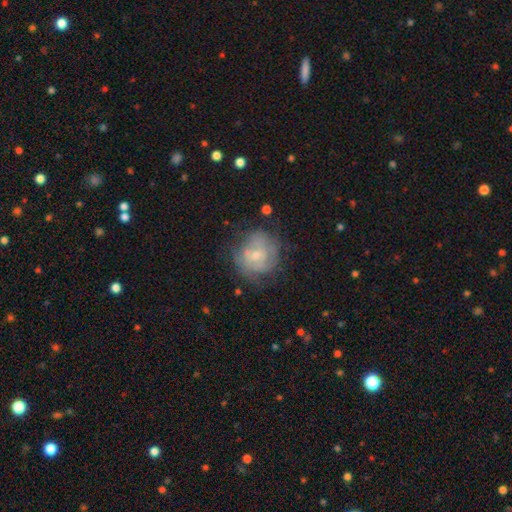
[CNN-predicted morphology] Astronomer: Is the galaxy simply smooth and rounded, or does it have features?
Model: featured or disk — 54% (runner-up: smooth, 38%).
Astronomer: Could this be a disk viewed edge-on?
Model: no — 97%.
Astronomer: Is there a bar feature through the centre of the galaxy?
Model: no — 74%.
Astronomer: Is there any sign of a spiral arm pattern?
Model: no — 52% (runner-up: yes, 48%).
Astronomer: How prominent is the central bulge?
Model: small — 53% (runner-up: moderate, 38%).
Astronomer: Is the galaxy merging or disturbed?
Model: none — 54%.